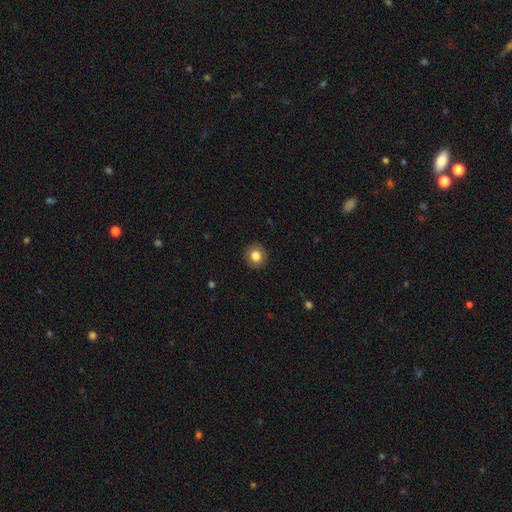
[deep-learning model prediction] A smooth galaxy with no disk features (84%) that is round (89%).

Vote fractions:
- Smooth or featured? smooth: 84% / star or artifact: 10% / featured or disk: 7%
- How rounded? round: 89% / in between: 10% / cigar-shaped: 1%
- Merging? none: 91% / minor disturbance: 6% / major disturbance: 2% / merger: 1%